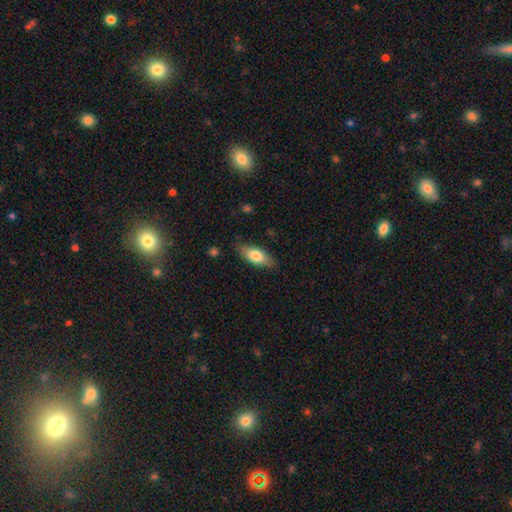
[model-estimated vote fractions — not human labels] Smooth or featured? smooth (75%)
How rounded? in between (79%)
Merging? none (81%)